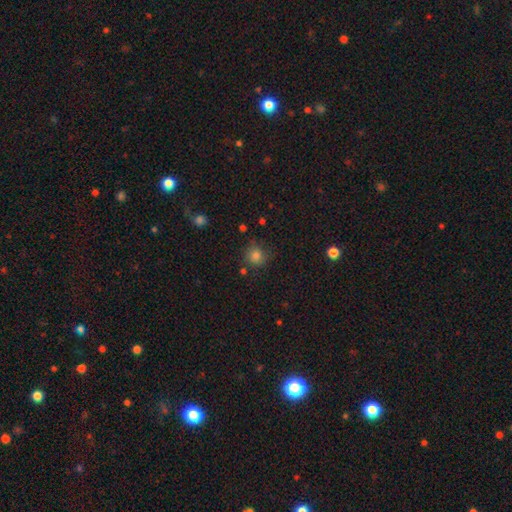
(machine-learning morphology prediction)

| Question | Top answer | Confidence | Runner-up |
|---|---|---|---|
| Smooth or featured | smooth | 81% | star or artifact (13%) |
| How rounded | round | 89% | in between (10%) |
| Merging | none | 76% | minor disturbance (16%) |